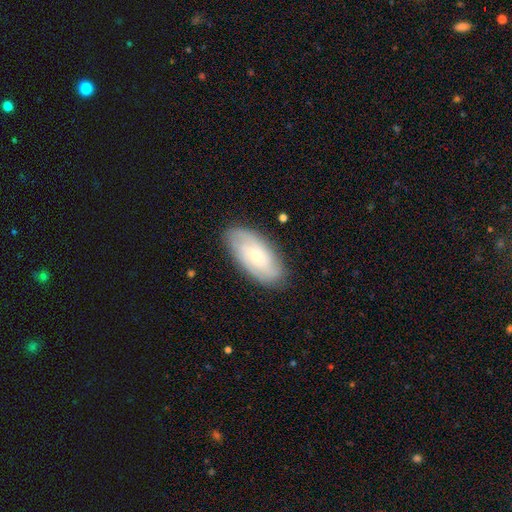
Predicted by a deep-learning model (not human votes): This is possibly a featured or disk galaxy (58%). It is clearly not viewed edge-on (92%). Bar: likely no (68%). Spiral arm pattern: clearly yes (87%). Central bulge: likely small (70%). Merging: clearly none (84%).